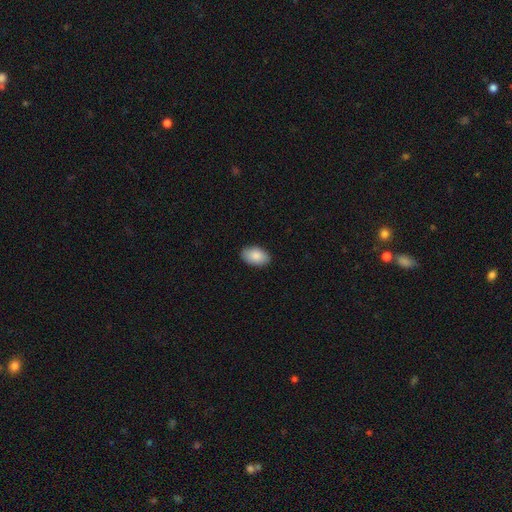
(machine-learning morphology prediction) This is clearly a smooth galaxy (88%). How rounded: clearly in between (93%). Merging: clearly none (89%).